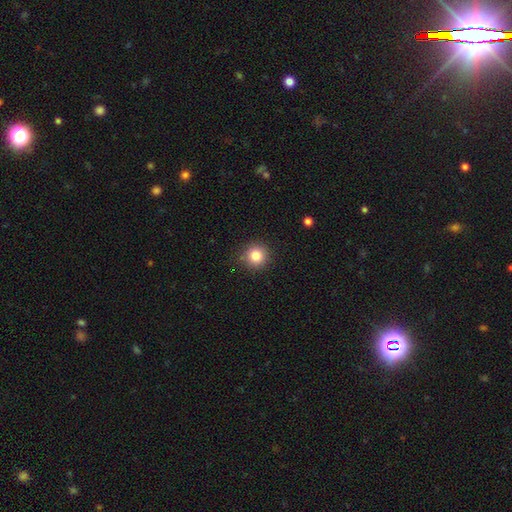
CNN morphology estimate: This appears to be a smooth galaxy with no disk features (82%) that is round (94%). Merging: none (88%).